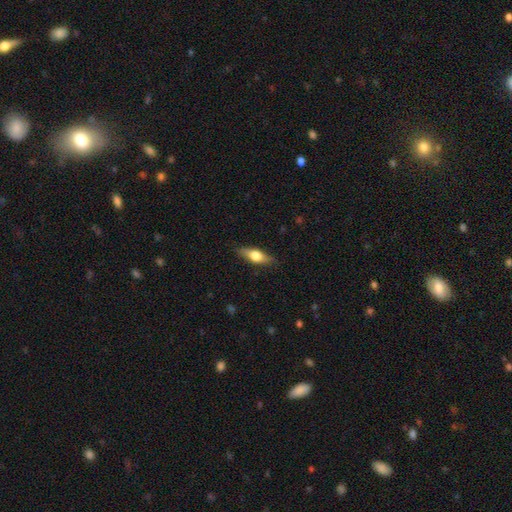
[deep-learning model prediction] Smooth or featured? smooth (53%)
How rounded? in between (57%)
Merging? none (85%)